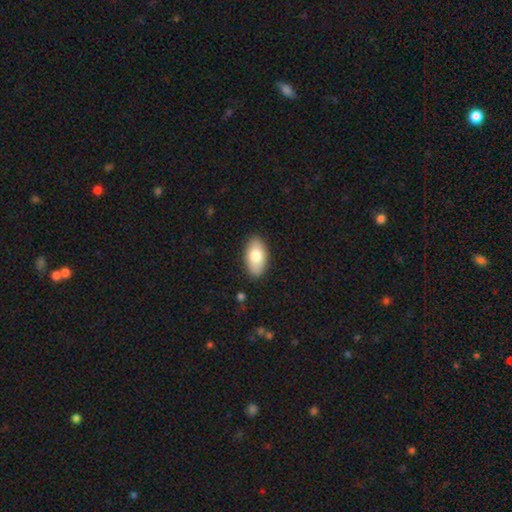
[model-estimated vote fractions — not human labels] smooth_or_featured: smooth (p=0.78) [alt: featured or disk p=0.16]
how_rounded: in between (p=0.94) [alt: round p=0.04]
merging: none (p=0.87) [alt: minor disturbance p=0.10]